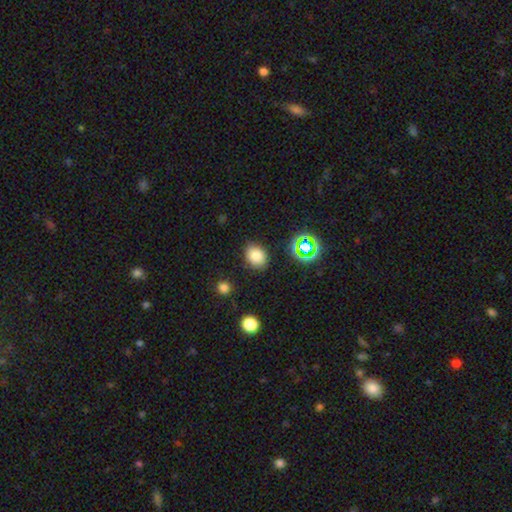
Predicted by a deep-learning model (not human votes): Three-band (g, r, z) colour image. It shows a smooth galaxy with no disk features (78%) that is in between round and cigar-shaped (55%). Merging: none (84%).